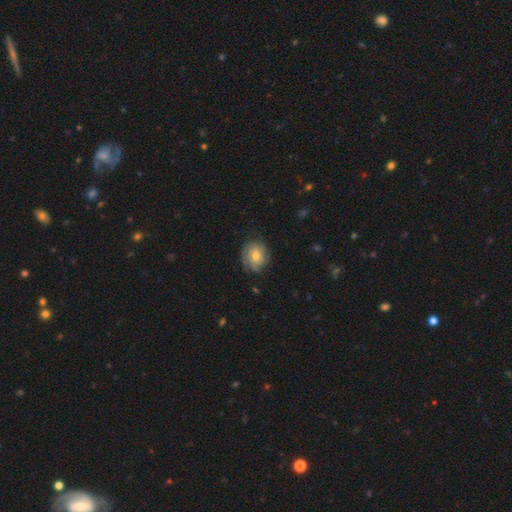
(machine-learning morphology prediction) A featured or disk galaxy (59%) with no bar (73%), spiral arms (87%) and a moderate central bulge (60%).

Vote fractions:
- Smooth or featured? featured or disk: 59% / smooth: 34% / star or artifact: 7%
- Edge-on disk? no: 97% / yes: 3%
- Bar? no: 73% / weak: 23% / strong: 4%
- Spiral arms? yes: 87% / no: 13%
- Bulge size? moderate: 60% / small: 34% / large: 4% / none: 2% / dominant: 1%
- Merging? none: 71% / minor disturbance: 21% / major disturbance: 7% / merger: 1%